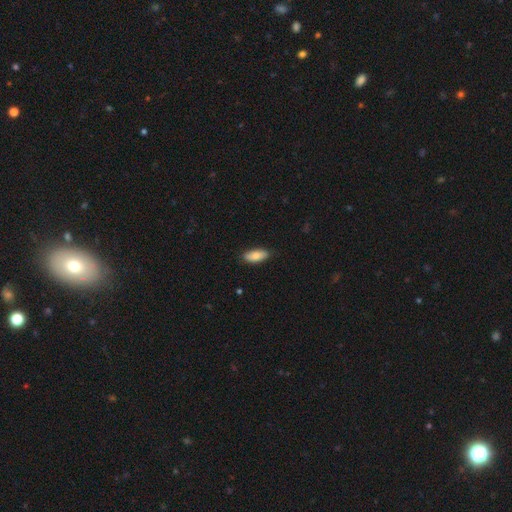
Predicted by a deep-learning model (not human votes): Smooth or featured? smooth (82%)
How rounded? in between (84%)
Merging? none (84%)